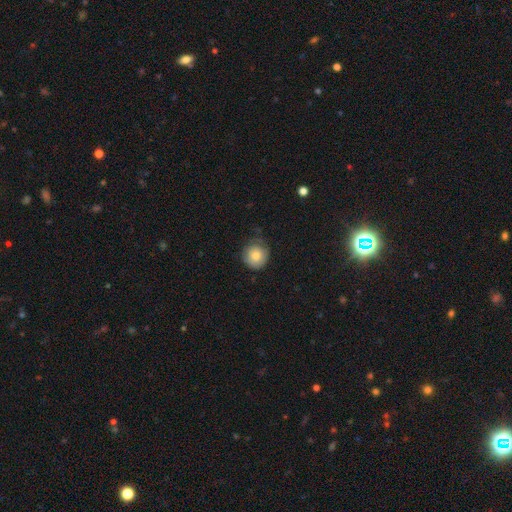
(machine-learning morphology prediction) type=smooth (77%); roundness=round (93%); merging=none (65%).